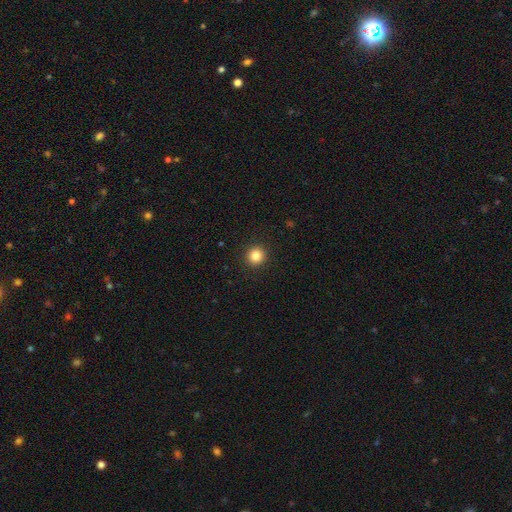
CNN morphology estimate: This is clearly a smooth galaxy (85%). How rounded: clearly round (94%). Merging: clearly none (93%).